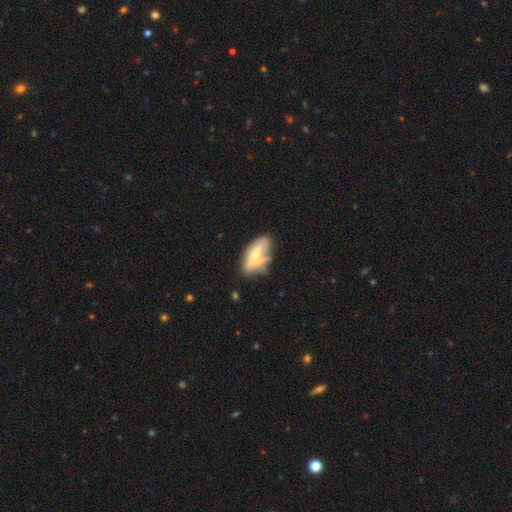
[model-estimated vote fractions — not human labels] A smooth galaxy with no disk features (48%). Merging: none (46%).